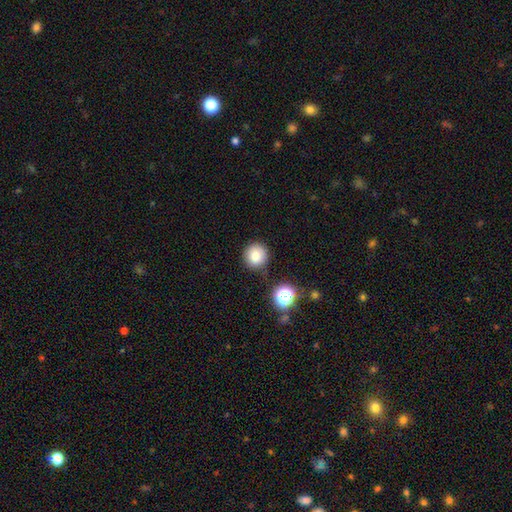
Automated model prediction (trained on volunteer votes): smooth_or_featured: smooth (p=0.82) [alt: star or artifact p=0.12]
how_rounded: round (p=0.93) [alt: in between p=0.06]
merging: none (p=0.84) [alt: minor disturbance p=0.09]